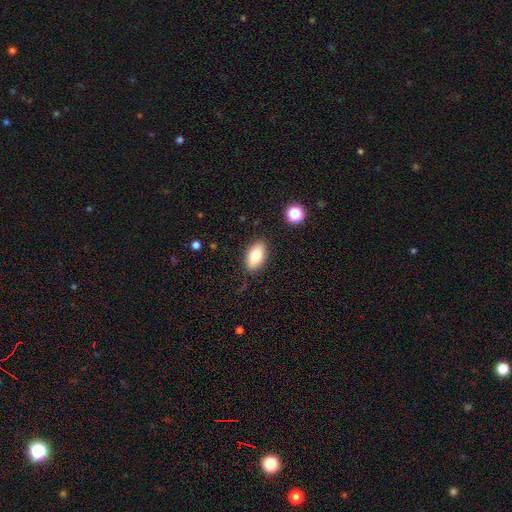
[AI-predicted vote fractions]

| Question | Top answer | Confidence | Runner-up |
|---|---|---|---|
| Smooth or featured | smooth | 77% | featured or disk (15%) |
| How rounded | in between | 90% | round (6%) |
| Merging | none | 85% | minor disturbance (11%) |